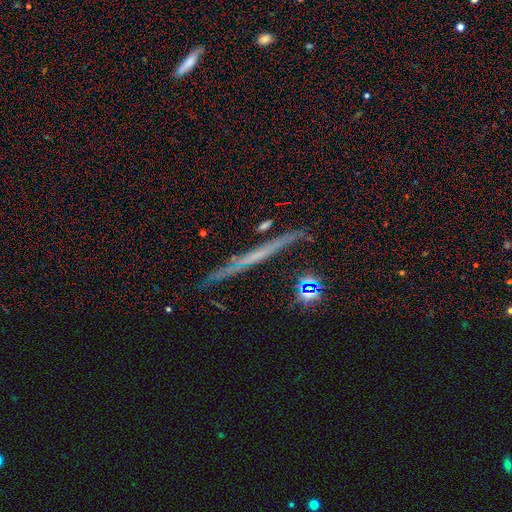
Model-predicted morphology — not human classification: A featured or disk galaxy (57%) viewed edge-on (93%) with no central bulge (83%). Merging: none (83%).